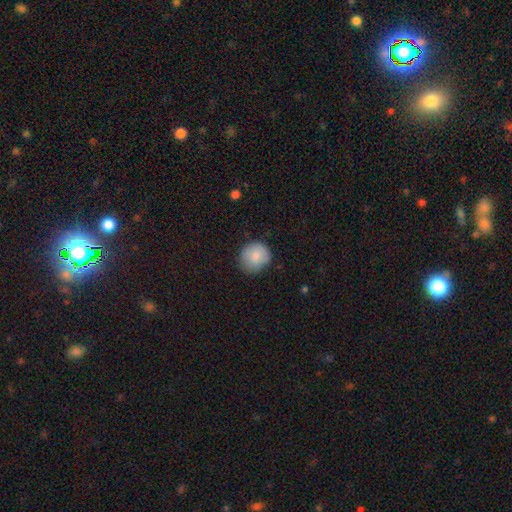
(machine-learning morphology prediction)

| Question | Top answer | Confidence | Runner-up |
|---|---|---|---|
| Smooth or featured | smooth | 85% | featured or disk (8%) |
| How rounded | round | 88% | in between (11%) |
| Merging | none | 76% | minor disturbance (19%) |